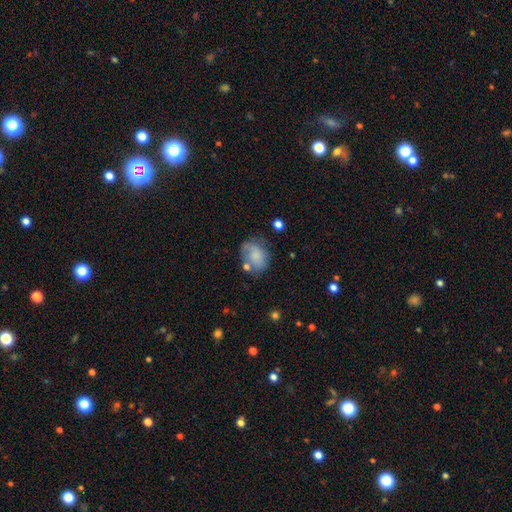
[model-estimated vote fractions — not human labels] A smooth galaxy with no disk features (69%) that is in between round and cigar-shaped (61%). Merging: none (52%).